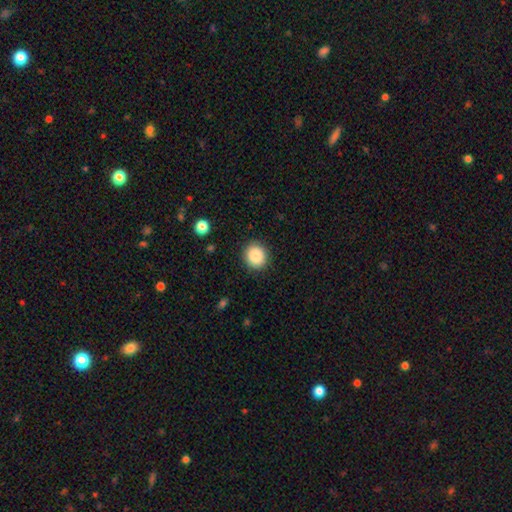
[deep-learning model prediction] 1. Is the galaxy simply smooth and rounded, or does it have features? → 87% smooth, 9% star or artifact, 4% featured or disk.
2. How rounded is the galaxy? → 84% round, 15% in between, 1% cigar-shaped.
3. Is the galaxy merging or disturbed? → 90% none, 7% minor disturbance, 2% major disturbance, 1% merger.